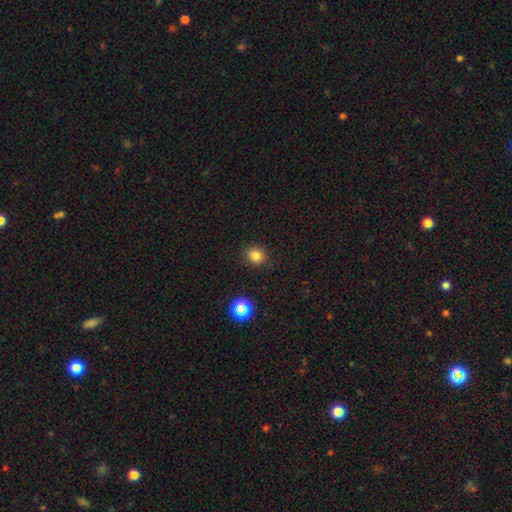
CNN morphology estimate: type=smooth (81%); roundness=round (86%); merging=none (90%).